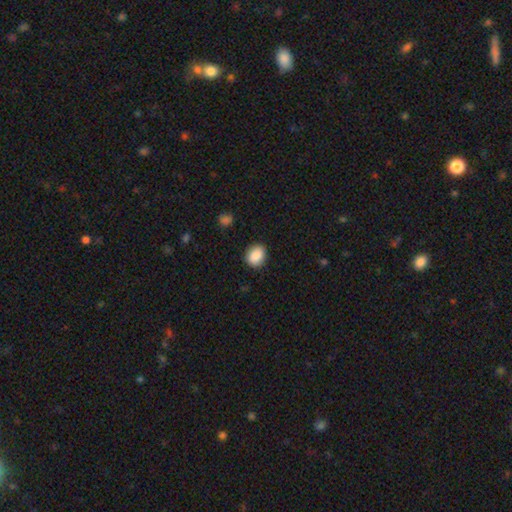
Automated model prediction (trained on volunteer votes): smooth_or_featured: smooth (p=0.88) [alt: star or artifact p=0.08]
how_rounded: round (p=0.52) [alt: in between p=0.47]
merging: none (p=0.87) [alt: minor disturbance p=0.10]